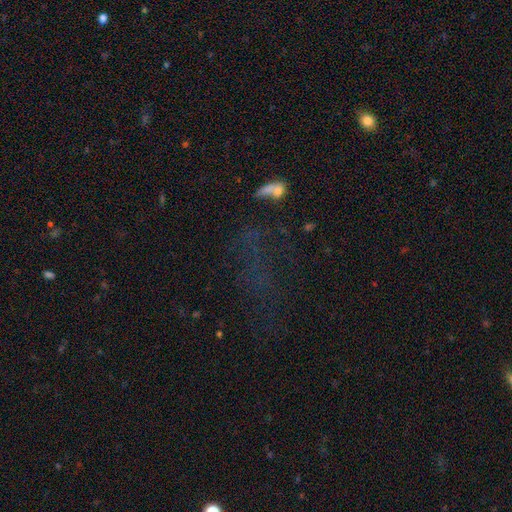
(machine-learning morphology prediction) Smooth or featured? Predicted: star or artifact (p=0.53).